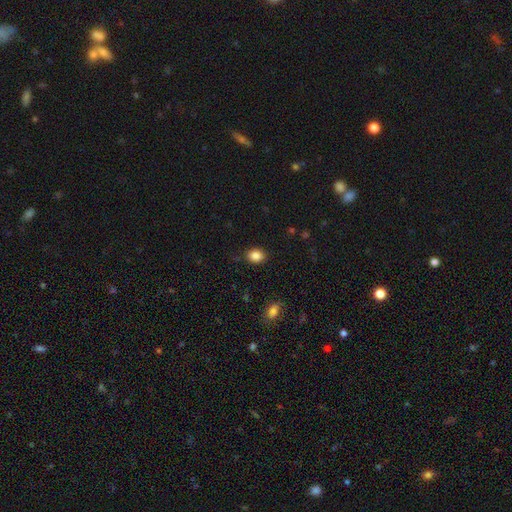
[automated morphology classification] This appears to be a smooth galaxy with no disk features (86%) that is in between round and cigar-shaped (55%). Merging: none (87%).